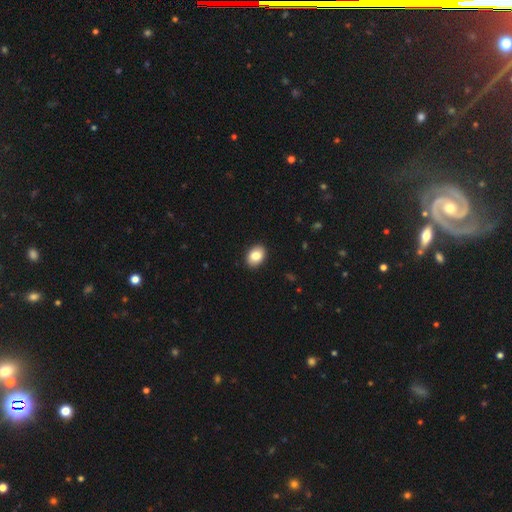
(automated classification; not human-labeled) Smooth or featured?
  - smooth: 85% *
  - featured or disk: 7%
  - star or artifact: 7%
How rounded?
  - in between: 77% *
  - round: 22%
  - cigar-shaped: 1%
Merging?
  - none: 91% *
  - minor disturbance: 7%
  - major disturbance: 2%
  - merger: 1%